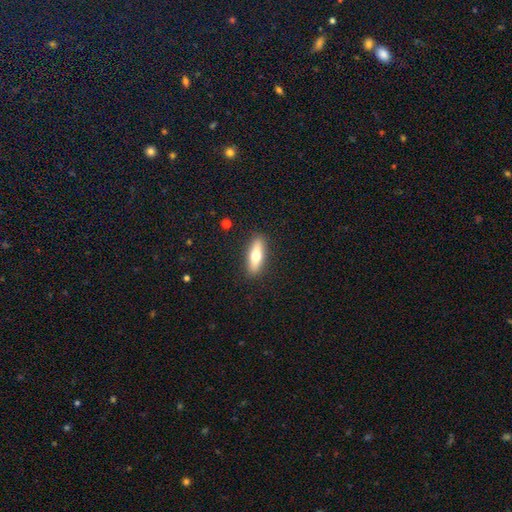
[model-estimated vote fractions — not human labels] The model was most divided on "how rounded": cigar-shaped: 52%, in between: 46%, round: 3%. More confident: merging — none (89%); smooth or featured — smooth (59%).